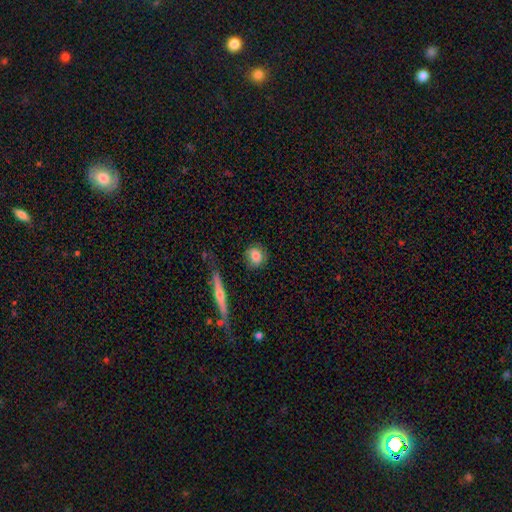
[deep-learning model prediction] Q: Smooth or featured?
A: smooth (76%); runner-up: featured or disk (17%)
Q: How rounded?
A: round (78%); runner-up: in between (18%)
Q: Merging?
A: none (80%); runner-up: minor disturbance (14%)